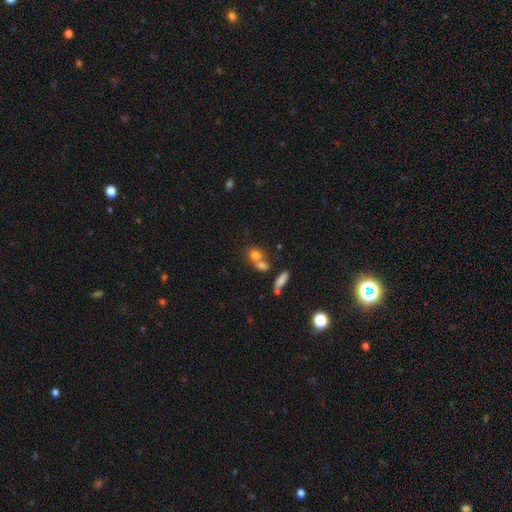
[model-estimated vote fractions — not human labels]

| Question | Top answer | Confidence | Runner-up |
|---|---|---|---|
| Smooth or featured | smooth | 75% | star or artifact (13%) |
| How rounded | round | 66% | in between (31%) |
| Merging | merger | 47% | none (39%) |